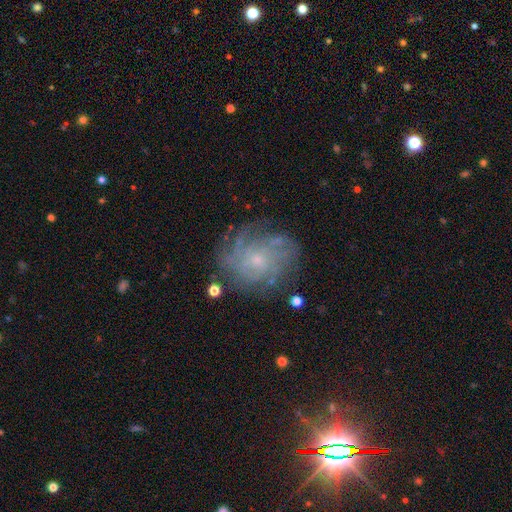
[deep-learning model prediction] Morphology: type=featured or disk (70%); edge-on=no (97%); bar=no (77%); spiral arms=yes (91%); winding=tight (60%); arm count=can't tell (42%); bulge=small (74%); merging=none (76%).